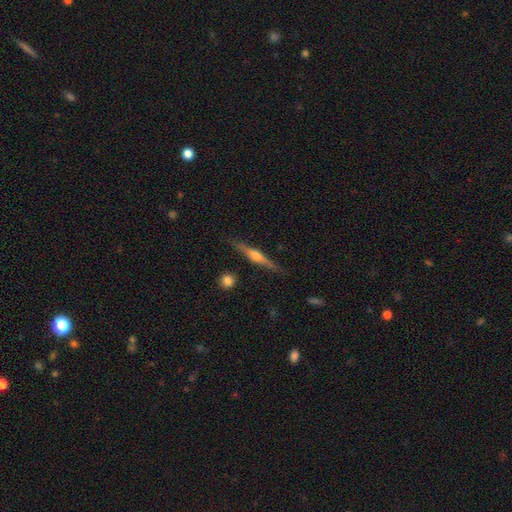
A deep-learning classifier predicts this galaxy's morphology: The model was most divided on "smooth or featured": featured or disk: 74%, smooth: 20%, star or artifact: 6%. More confident: edge-on disk — yes (98%); edge-on bulge — rounded (88%); merging — none (86%).